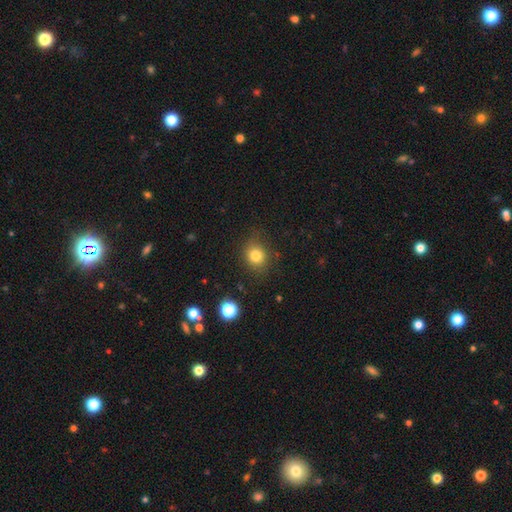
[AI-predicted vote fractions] Smooth or featured? smooth (81%)
How rounded? round (75%)
Merging? none (79%)